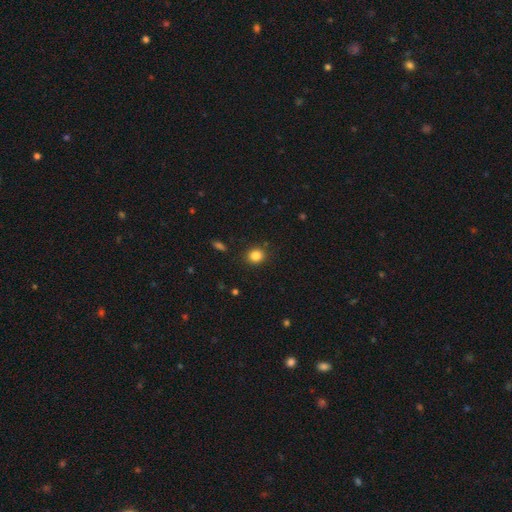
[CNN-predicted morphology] Overall: smooth (84%). How rounded: round (72%). Merging: none (88%).